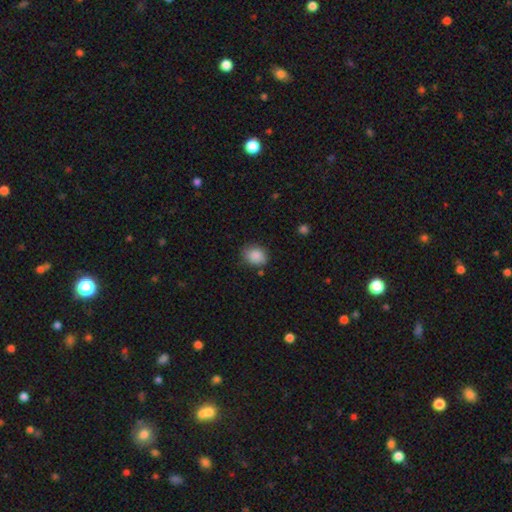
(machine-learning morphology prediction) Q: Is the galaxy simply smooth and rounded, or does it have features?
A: smooth — 87%.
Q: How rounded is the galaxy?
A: in between — 54%.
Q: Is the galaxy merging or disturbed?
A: none — 75%.